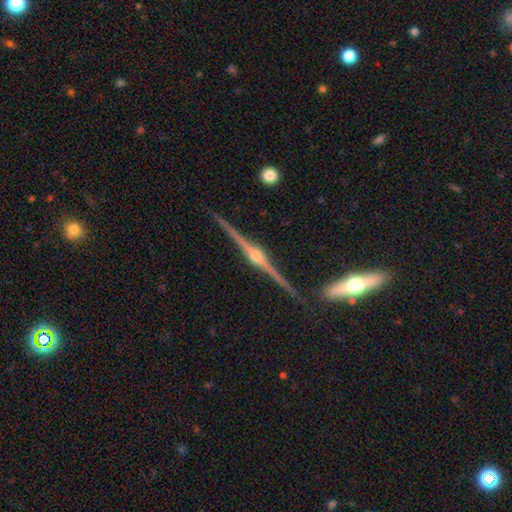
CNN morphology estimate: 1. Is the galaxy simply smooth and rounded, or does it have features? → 90% featured or disk, 6% star or artifact, 4% smooth.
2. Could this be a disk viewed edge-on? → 98% yes, 2% no.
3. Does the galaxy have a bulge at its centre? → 95% rounded, 3% boxy, 2% none.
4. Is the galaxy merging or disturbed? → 90% none, 7% minor disturbance, 2% merger, 2% major disturbance.